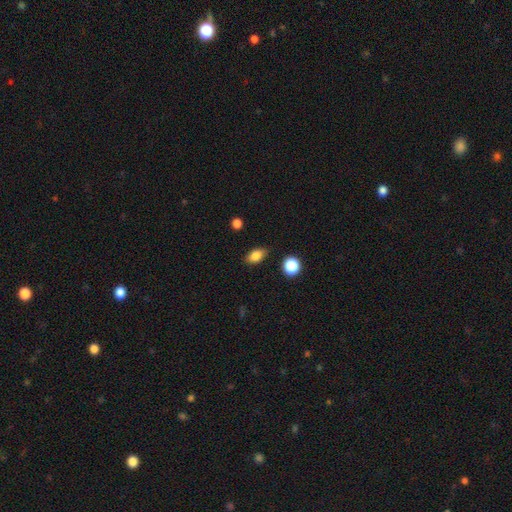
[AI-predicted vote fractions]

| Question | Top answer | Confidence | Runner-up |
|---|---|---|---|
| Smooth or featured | smooth | 85% | star or artifact (9%) |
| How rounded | in between | 84% | round (13%) |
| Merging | none | 84% | minor disturbance (12%) |